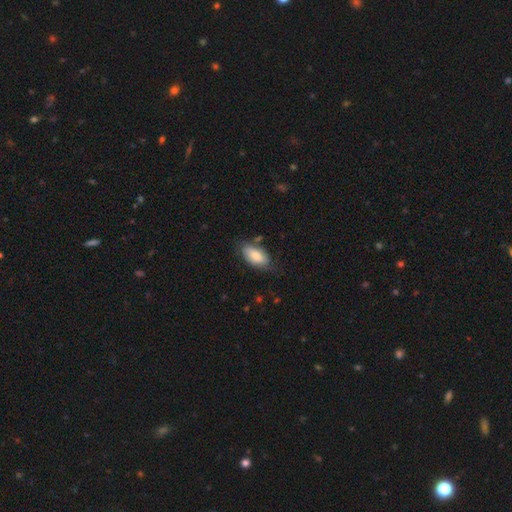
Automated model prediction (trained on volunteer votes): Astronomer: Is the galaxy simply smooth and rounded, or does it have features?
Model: smooth — 77%.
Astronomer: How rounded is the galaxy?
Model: in between — 92%.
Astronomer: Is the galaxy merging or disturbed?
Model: none — 63%.